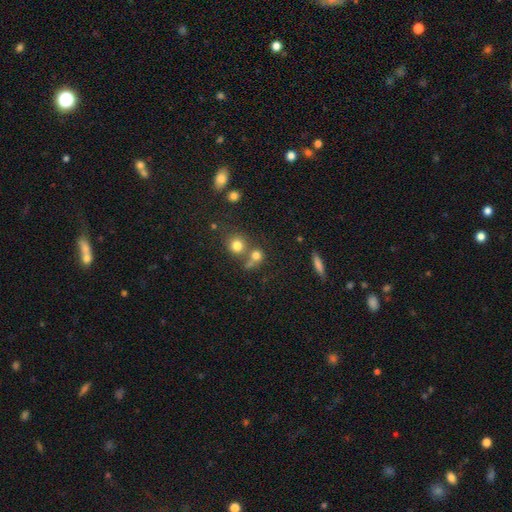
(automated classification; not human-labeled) Smooth or featured?
  - smooth: 75% *
  - star or artifact: 15%
  - featured or disk: 10%
How rounded?
  - round: 83% *
  - in between: 15%
  - cigar-shaped: 2%
Merging?
  - none: 46% *
  - merger: 40%
  - minor disturbance: 9%
  - major disturbance: 5%